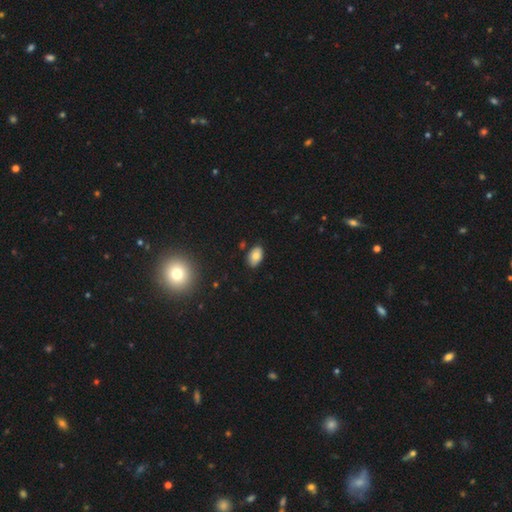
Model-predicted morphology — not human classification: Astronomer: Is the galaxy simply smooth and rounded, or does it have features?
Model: smooth — 79%.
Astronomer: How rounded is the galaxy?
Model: in between — 91%.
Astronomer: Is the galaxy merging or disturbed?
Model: none — 85%.